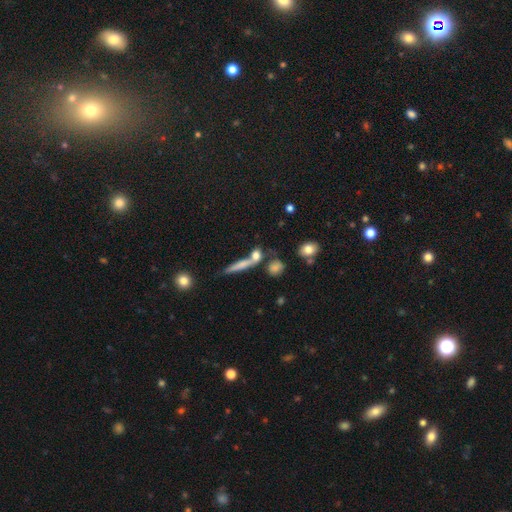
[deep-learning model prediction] Q: Smooth or featured?
A: smooth (66%); runner-up: featured or disk (23%)
Q: How rounded?
A: cigar-shaped (49%); runner-up: round (28%)
Q: Merging?
A: none (52%); runner-up: merger (29%)